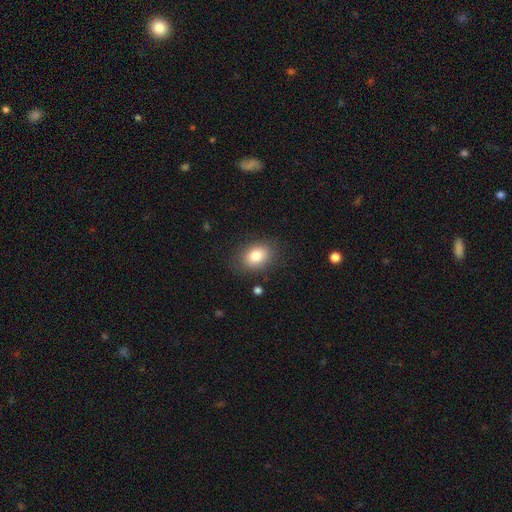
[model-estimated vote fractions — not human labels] Smooth or featured? smooth (81%)
How rounded? in between (72%)
Merging? none (82%)